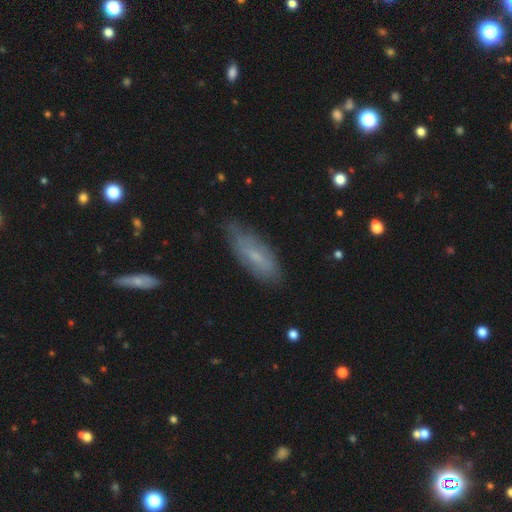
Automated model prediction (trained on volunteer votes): Q: Smooth or featured?
A: smooth (56%); runner-up: featured or disk (36%)
Q: How rounded?
A: in between (67%); runner-up: cigar-shaped (31%)
Q: Merging?
A: none (70%); runner-up: minor disturbance (23%)